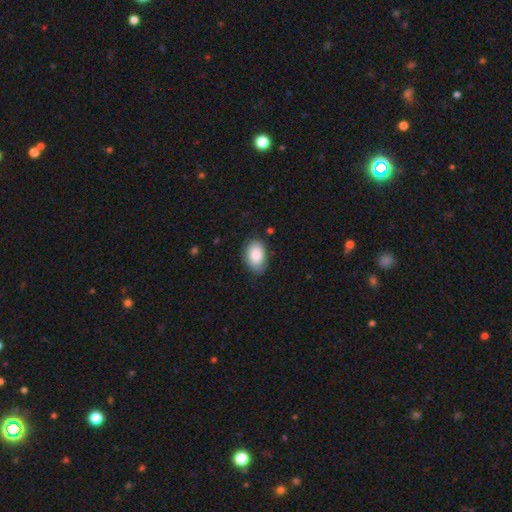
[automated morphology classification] type=smooth (86%); roundness=in between (90%); merging=none (73%).